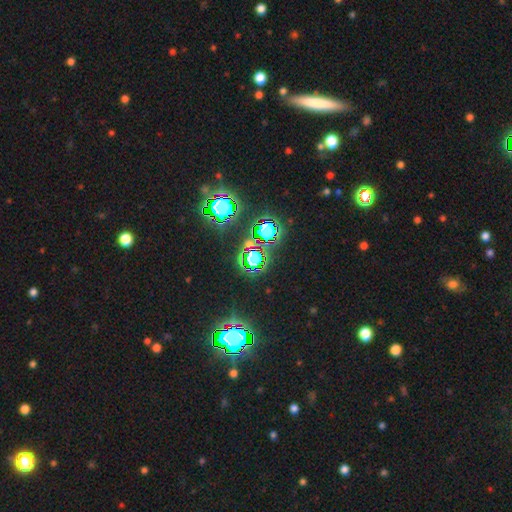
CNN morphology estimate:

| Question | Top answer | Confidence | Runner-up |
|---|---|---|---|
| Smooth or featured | star or artifact | 77% | smooth (15%) |